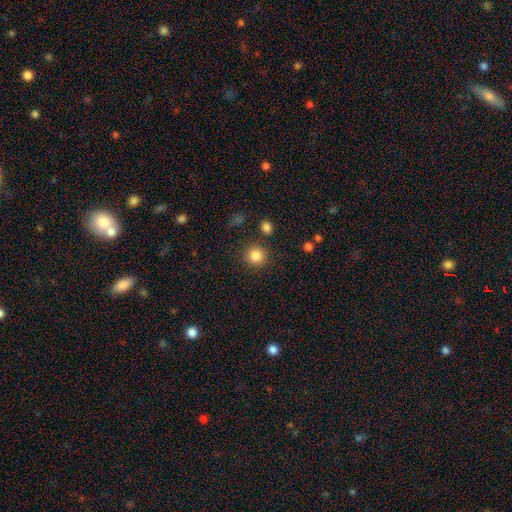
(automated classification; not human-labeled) This appears to be a smooth galaxy with no disk features (85%) that is round (93%). Merging: none (88%).